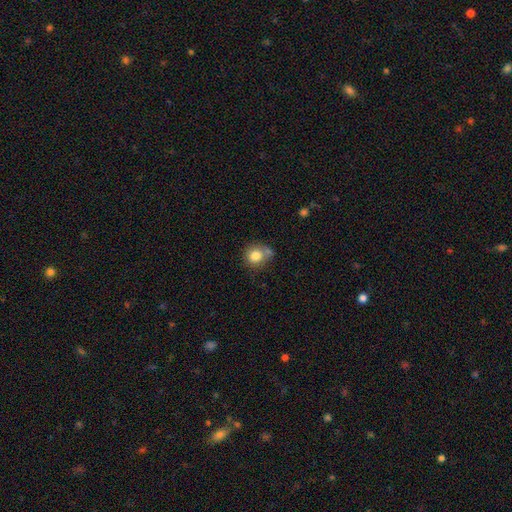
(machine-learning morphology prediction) Q: Smooth or featured?
A: smooth (81%); runner-up: star or artifact (10%)
Q: How rounded?
A: round (83%); runner-up: in between (16%)
Q: Merging?
A: none (55%); runner-up: minor disturbance (20%)